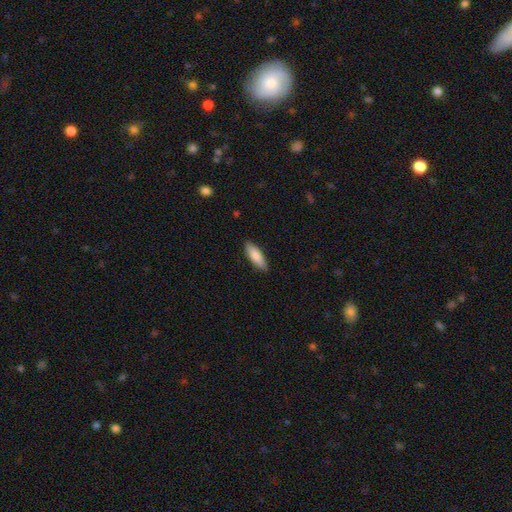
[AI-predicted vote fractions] Smooth or featured: smooth — 85% (featured or disk — 9%)
How rounded: in between — 58% (cigar-shaped — 41%)
Merging: none — 88% (minor disturbance — 9%)